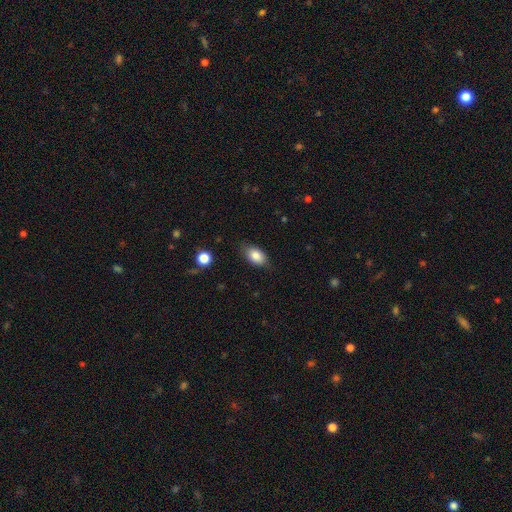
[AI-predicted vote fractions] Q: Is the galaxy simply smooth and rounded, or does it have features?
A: smooth — 83%.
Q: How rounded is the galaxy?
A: in between — 88%.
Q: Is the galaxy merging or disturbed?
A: none — 77%.